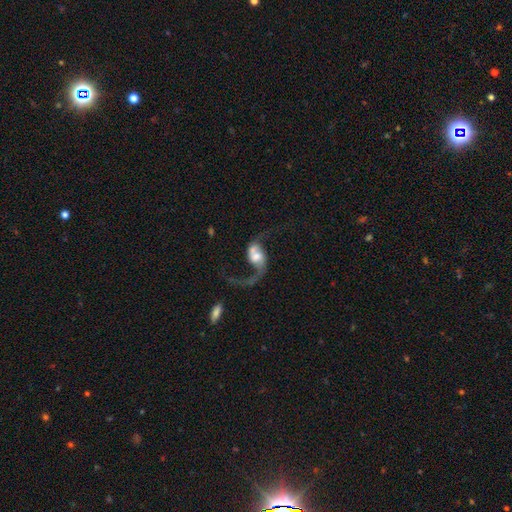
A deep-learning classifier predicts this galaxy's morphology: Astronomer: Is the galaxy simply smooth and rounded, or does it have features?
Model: featured or disk — 78%.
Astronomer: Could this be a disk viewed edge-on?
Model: no — 97%.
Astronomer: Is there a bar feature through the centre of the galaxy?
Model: no — 53% (runner-up: weak, 34%).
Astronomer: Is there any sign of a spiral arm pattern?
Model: yes — 91%.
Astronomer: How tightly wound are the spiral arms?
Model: loose — 88%.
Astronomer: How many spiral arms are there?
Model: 2 — 79%.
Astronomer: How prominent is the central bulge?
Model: moderate — 46% (runner-up: large, 24%).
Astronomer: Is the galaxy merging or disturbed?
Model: none — 39% (runner-up: major disturbance, 26%).